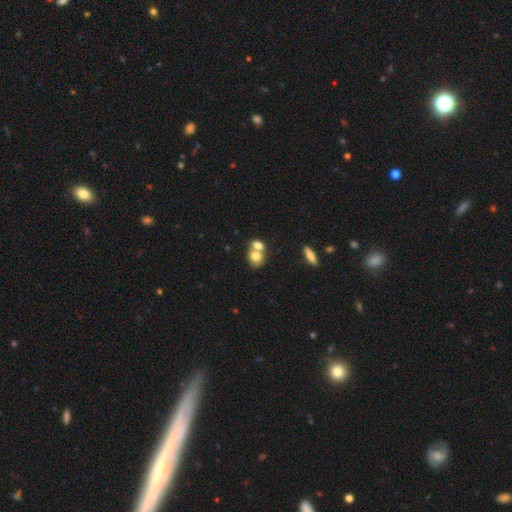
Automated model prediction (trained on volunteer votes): smooth-or-featured: smooth: 73% | featured or disk: 17% | star or artifact: 10%
  how-rounded: round: 56% | in between: 42% | cigar-shaped: 2%
  merging: merger: 59% | none: 31% | minor disturbance: 7% | major disturbance: 3%